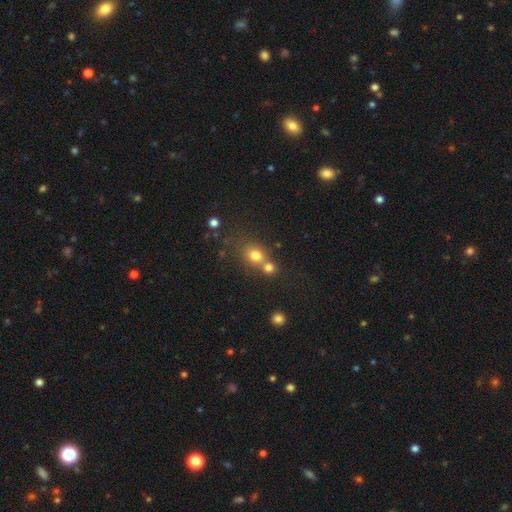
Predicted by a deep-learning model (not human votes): Smooth or featured?
  - smooth: 75% *
  - star or artifact: 15%
  - featured or disk: 11%
How rounded?
  - round: 67% *
  - in between: 31%
  - cigar-shaped: 1%
Merging?
  - merger: 47% *
  - none: 41%
  - minor disturbance: 8%
  - major disturbance: 4%